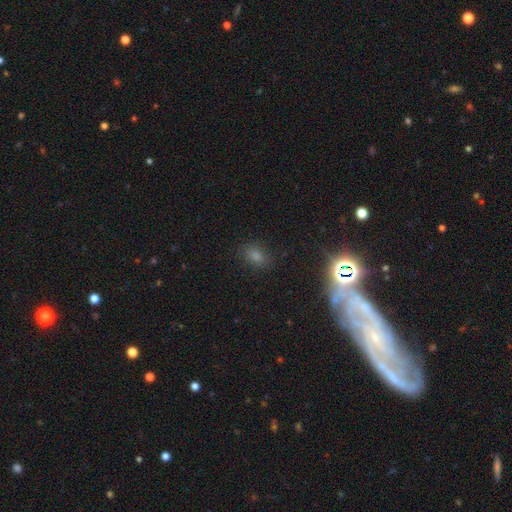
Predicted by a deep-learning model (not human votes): Morphology: type=smooth (50%); roundness=in between (62%); merging=none (82%).